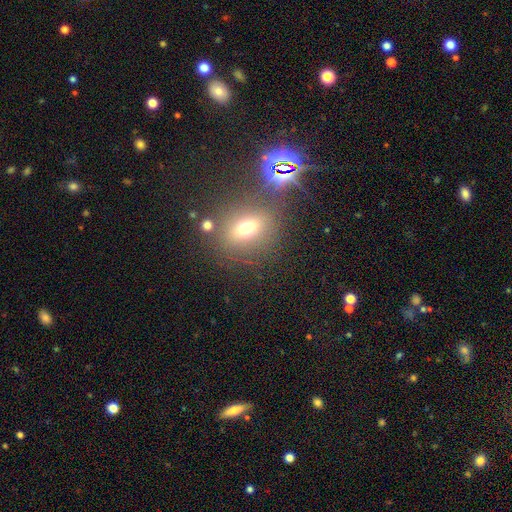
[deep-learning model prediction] The model was most divided on "smooth or featured": smooth: 49%, star or artifact: 34%, featured or disk: 16%. More confident: merging — none (77%).